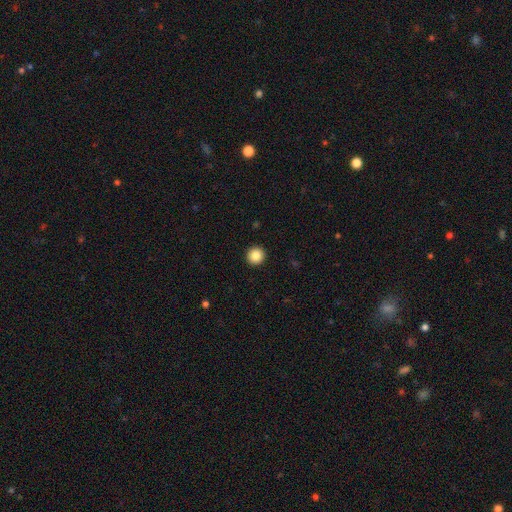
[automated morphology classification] smooth 85%, star or artifact 10%, featured or disk 5%. Down the decision tree: how rounded — round (96%); merging — none (94%).